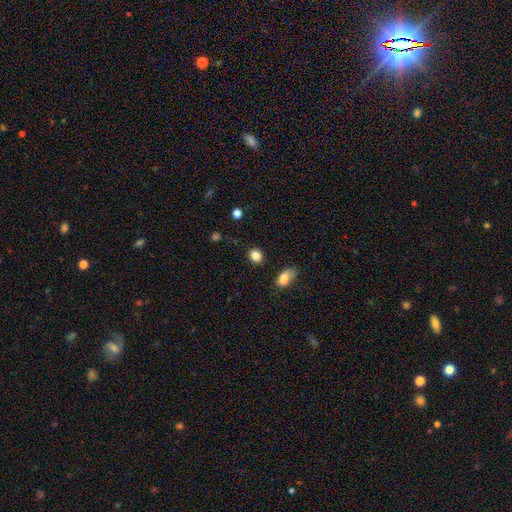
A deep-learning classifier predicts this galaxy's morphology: The model was most divided on "how rounded": round: 61%, in between: 38%, cigar-shaped: 1%. More confident: merging — none (85%); smooth or featured — smooth (85%).